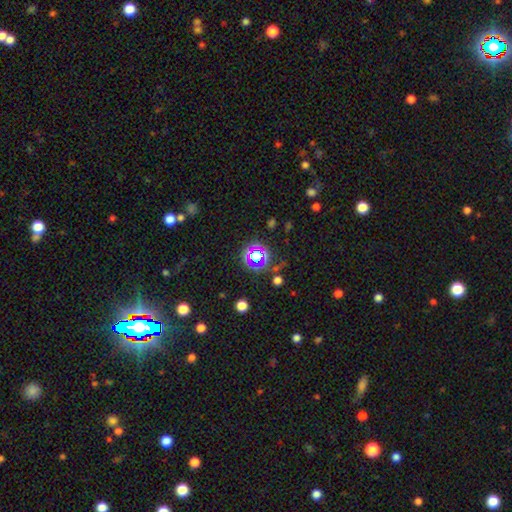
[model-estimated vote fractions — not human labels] Q: Smooth or featured?
A: star or artifact (62%); runner-up: smooth (26%)